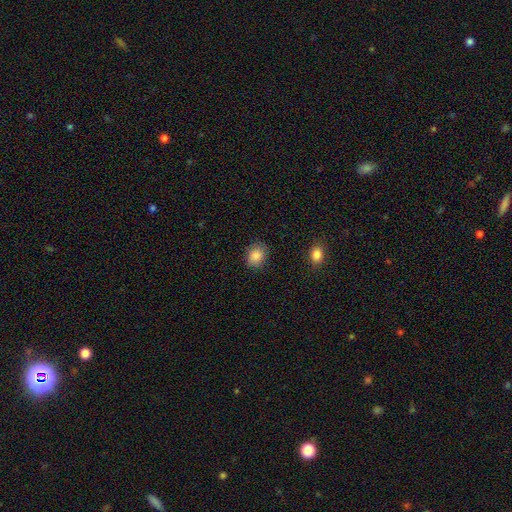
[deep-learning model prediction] This appears to be a smooth galaxy with no disk features (87%) that is round (53%). Merging: none (81%).